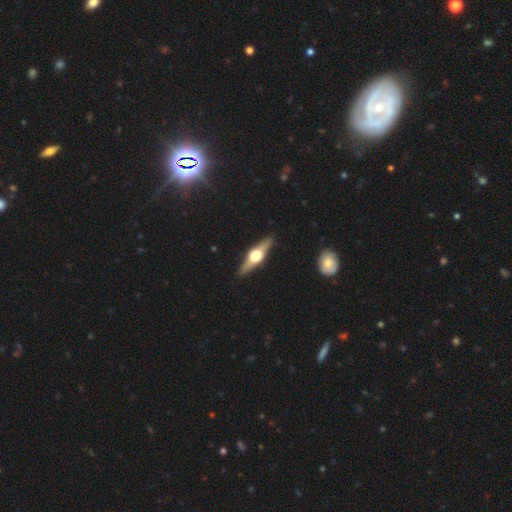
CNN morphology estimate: featured or disk 77%, smooth 18%, star or artifact 5%. Down the decision tree: edge-on disk — yes (97%); edge-on bulge — rounded (95%); merging — none (90%).